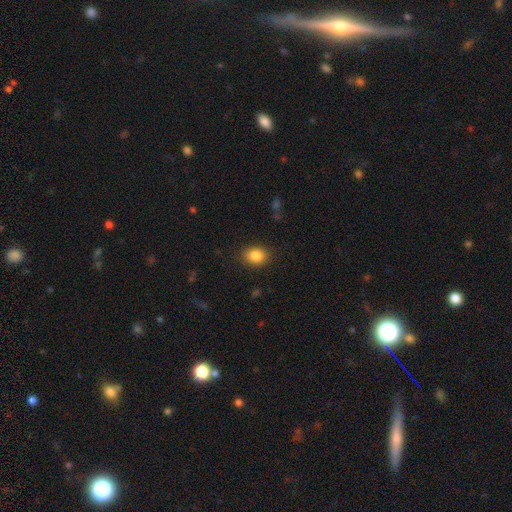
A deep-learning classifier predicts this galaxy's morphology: smooth-or-featured: smooth: 85% | star or artifact: 9% | featured or disk: 6%
  how-rounded: in between: 58% | round: 41% | cigar-shaped: 1%
  merging: none: 86% | minor disturbance: 10% | major disturbance: 3% | merger: 1%